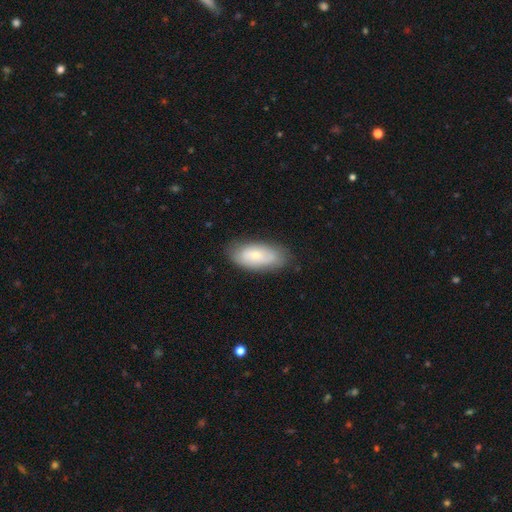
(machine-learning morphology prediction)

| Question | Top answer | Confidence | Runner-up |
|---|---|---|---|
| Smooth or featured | smooth | 60% | featured or disk (34%) |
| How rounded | in between | 90% | cigar-shaped (7%) |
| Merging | none | 78% | minor disturbance (17%) |